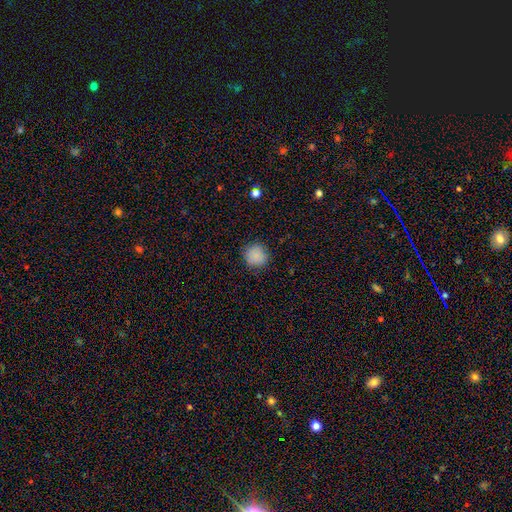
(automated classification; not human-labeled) Overall: smooth (86%). How rounded: round (93%). Merging: none (87%).